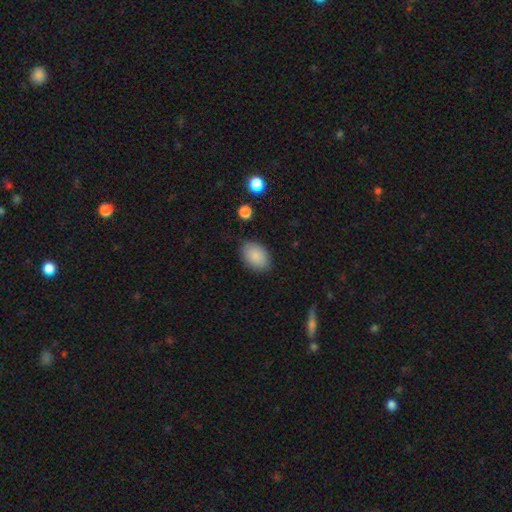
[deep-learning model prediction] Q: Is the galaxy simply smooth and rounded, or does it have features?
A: smooth — 87%.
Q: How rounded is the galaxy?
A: in between — 87%.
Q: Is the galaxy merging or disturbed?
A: none — 84%.